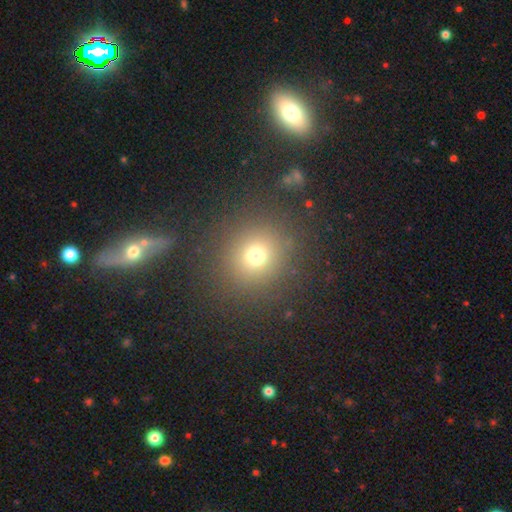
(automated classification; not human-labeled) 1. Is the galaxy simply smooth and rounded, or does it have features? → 71% smooth, 20% star or artifact, 9% featured or disk.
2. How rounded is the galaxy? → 89% round, 10% in between, 1% cigar-shaped.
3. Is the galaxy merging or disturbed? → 86% none, 7% minor disturbance, 4% major disturbance, 2% merger.